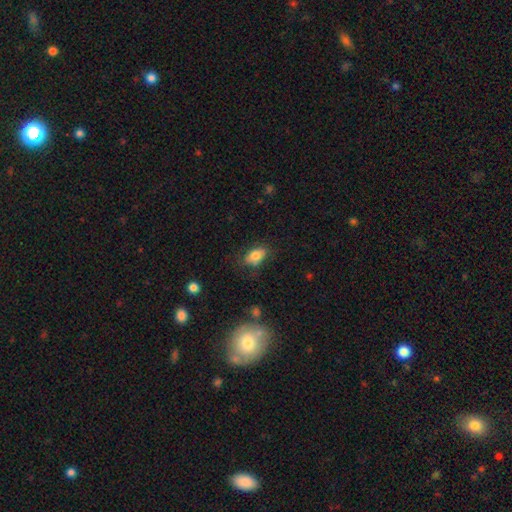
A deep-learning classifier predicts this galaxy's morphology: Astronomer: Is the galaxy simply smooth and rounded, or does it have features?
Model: smooth — 75%.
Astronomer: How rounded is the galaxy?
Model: in between — 87%.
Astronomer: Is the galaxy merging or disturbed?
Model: none — 66%.